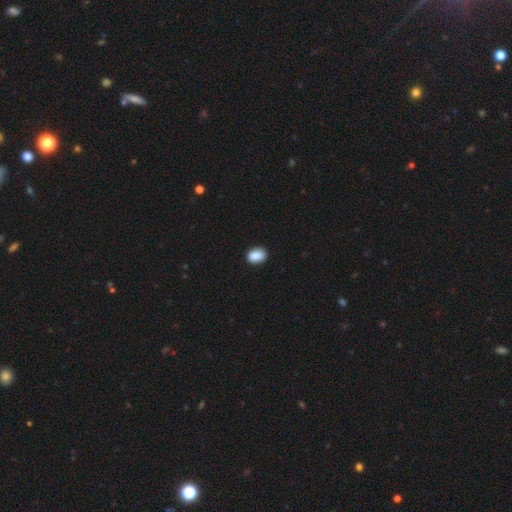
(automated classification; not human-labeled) smooth-or-featured: smooth: 89% | star or artifact: 8% | featured or disk: 3%
  how-rounded: in between: 75% | round: 24% | cigar-shaped: 1%
  merging: none: 87% | minor disturbance: 10% | major disturbance: 2% | merger: 1%